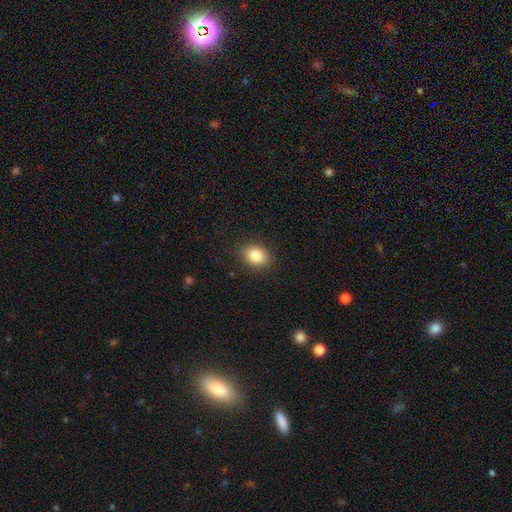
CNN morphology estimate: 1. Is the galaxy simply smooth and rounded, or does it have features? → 84% smooth, 9% star or artifact, 7% featured or disk.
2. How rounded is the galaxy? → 58% in between, 41% round, 1% cigar-shaped.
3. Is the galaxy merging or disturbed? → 88% none, 9% minor disturbance, 3% major disturbance, 1% merger.